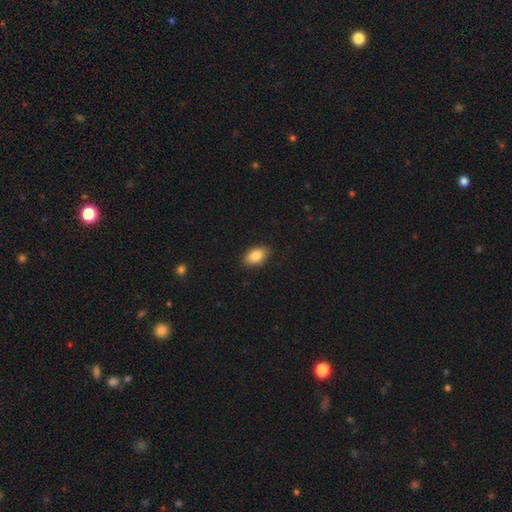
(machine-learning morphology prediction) Q: Smooth or featured?
A: smooth (85%); runner-up: featured or disk (8%)
Q: How rounded?
A: in between (89%); runner-up: round (10%)
Q: Merging?
A: none (87%); runner-up: minor disturbance (9%)